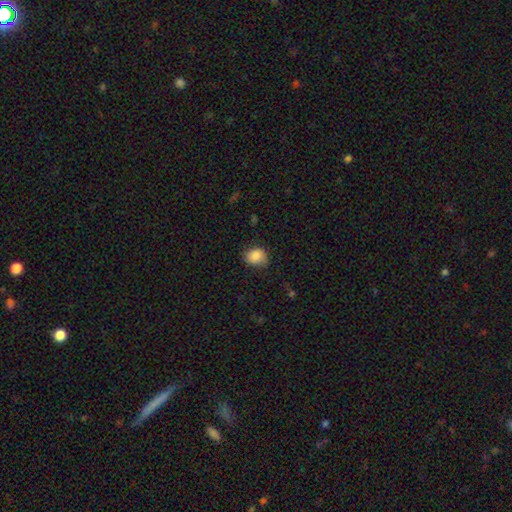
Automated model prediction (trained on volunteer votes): Smooth or featured? Predicted: smooth (p=0.87). How rounded? Predicted: round (p=0.51). Merging? Predicted: none (p=0.71).